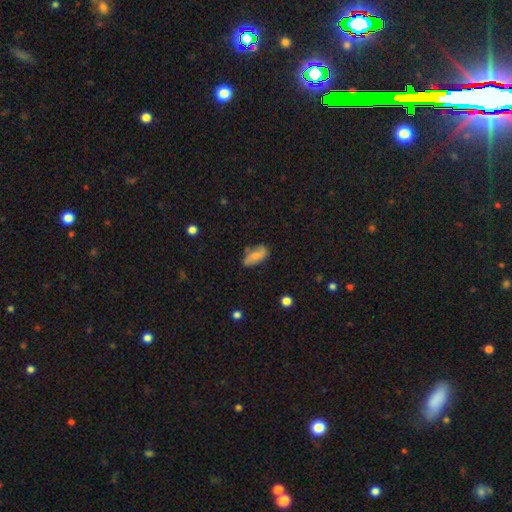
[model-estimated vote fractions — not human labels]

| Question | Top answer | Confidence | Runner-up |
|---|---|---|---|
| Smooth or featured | smooth | 63% | featured or disk (30%) |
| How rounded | in between | 82% | cigar-shaped (14%) |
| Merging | none | 62% | minor disturbance (25%) |